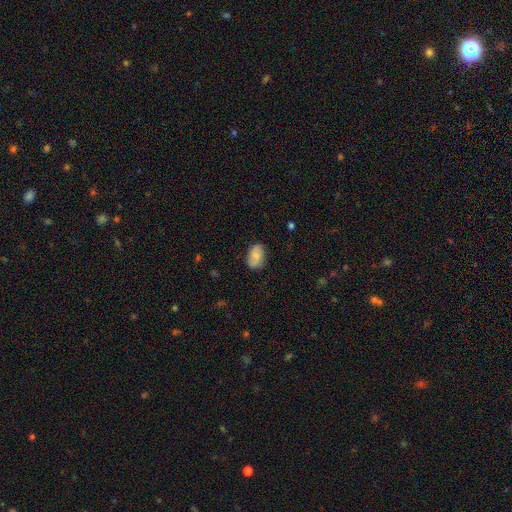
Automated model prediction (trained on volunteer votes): This appears to be a smooth galaxy with no disk features (68%) that is in between round and cigar-shaped (89%). Merging: none (78%).